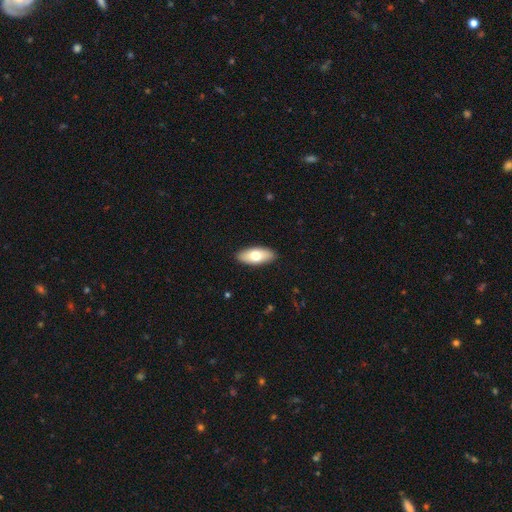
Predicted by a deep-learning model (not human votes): A smooth galaxy with no disk features (70%) that is in between round and cigar-shaped (86%).

Vote fractions:
- Smooth or featured? smooth: 70% / featured or disk: 25% / star or artifact: 6%
- How rounded? in between: 86% / cigar-shaped: 12% / round: 3%
- Merging? none: 90% / minor disturbance: 8% / major disturbance: 2% / merger: 1%